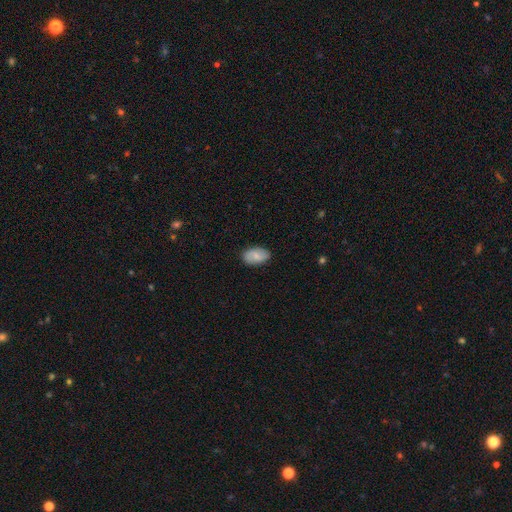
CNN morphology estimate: Smooth or featured?
  - smooth: 70% *
  - featured or disk: 23%
  - star or artifact: 7%
How rounded?
  - in between: 92% *
  - round: 7%
  - cigar-shaped: 2%
Merging?
  - none: 85% *
  - minor disturbance: 12%
  - major disturbance: 2%
  - merger: 1%